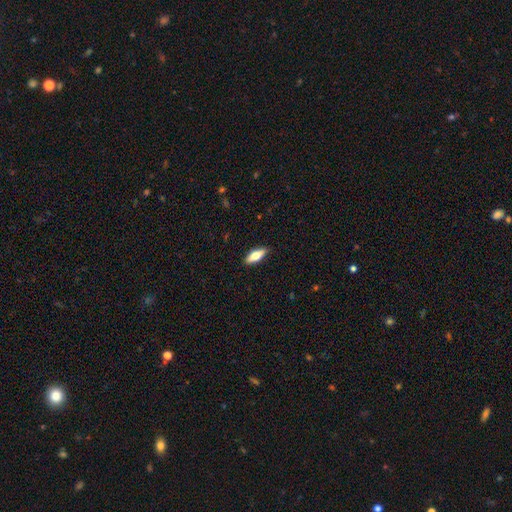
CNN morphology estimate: Q: Smooth or featured?
A: smooth (62%); runner-up: featured or disk (32%)
Q: How rounded?
A: in between (64%); runner-up: cigar-shaped (33%)
Q: Merging?
A: none (88%); runner-up: minor disturbance (9%)